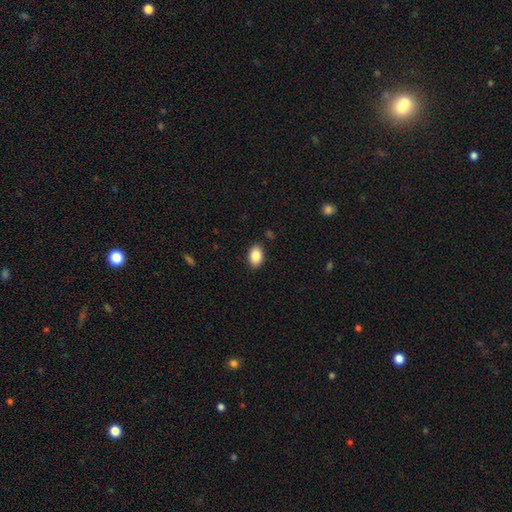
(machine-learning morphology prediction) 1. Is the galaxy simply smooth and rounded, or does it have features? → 88% smooth, 7% star or artifact, 5% featured or disk.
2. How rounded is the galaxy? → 88% in between, 10% round, 1% cigar-shaped.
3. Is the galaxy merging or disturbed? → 87% none, 9% minor disturbance, 2% major disturbance, 1% merger.